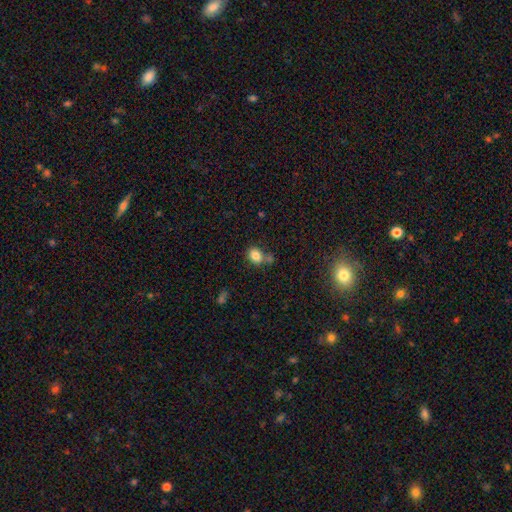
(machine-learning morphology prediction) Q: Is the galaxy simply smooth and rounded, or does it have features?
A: smooth — 82%.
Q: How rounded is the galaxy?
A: round — 54%.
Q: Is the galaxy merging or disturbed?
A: none — 58%.